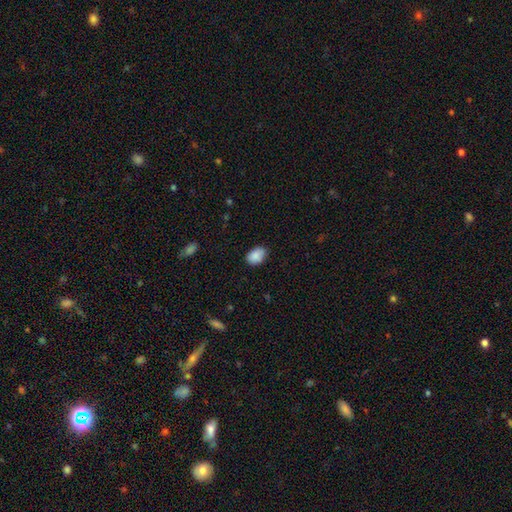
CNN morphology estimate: A smooth galaxy with no disk features (88%) that is in between round and cigar-shaped (83%).

Vote fractions:
- Smooth or featured? smooth: 88% / star or artifact: 7% / featured or disk: 5%
- How rounded? in between: 83% / round: 16% / cigar-shaped: 1%
- Merging? none: 78% / minor disturbance: 18% / major disturbance: 3% / merger: 1%